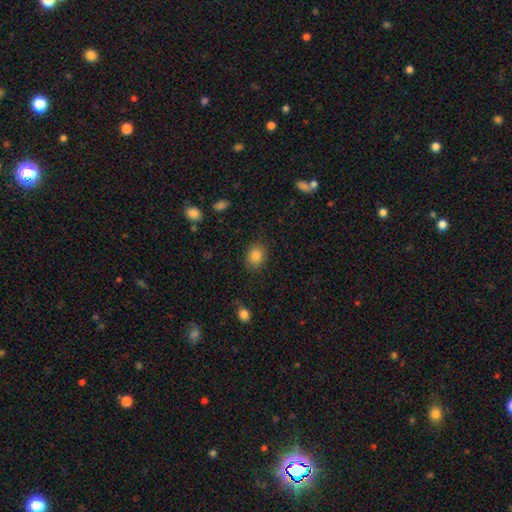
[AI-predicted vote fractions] Q: Smooth or featured?
A: smooth (84%); runner-up: star or artifact (10%)
Q: How rounded?
A: round (55%); runner-up: in between (44%)
Q: Merging?
A: none (86%); runner-up: minor disturbance (10%)